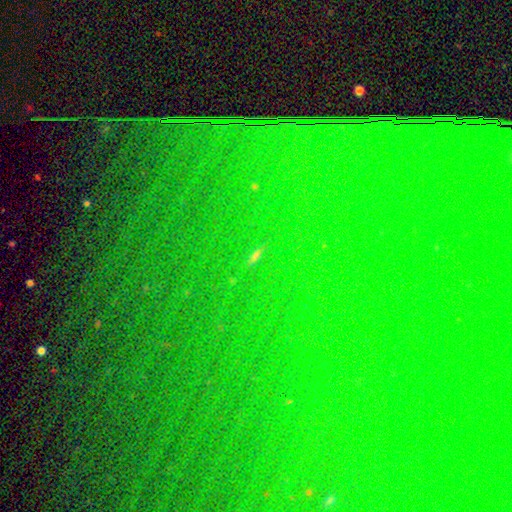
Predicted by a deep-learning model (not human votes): smooth-or-featured: star or artifact: 62% | smooth: 23% | featured or disk: 15%